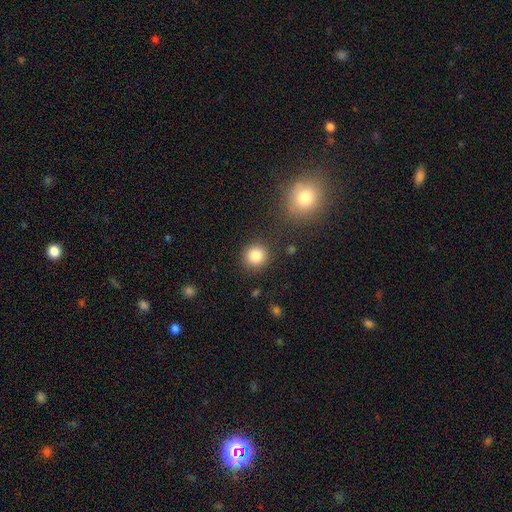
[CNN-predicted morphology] Smooth or featured?
  - smooth: 83% *
  - star or artifact: 11%
  - featured or disk: 6%
How rounded?
  - round: 90% *
  - in between: 9%
  - cigar-shaped: 1%
Merging?
  - none: 87% *
  - minor disturbance: 7%
  - major disturbance: 3%
  - merger: 3%